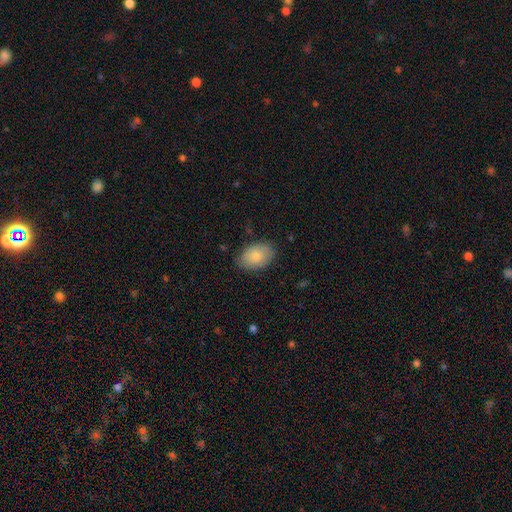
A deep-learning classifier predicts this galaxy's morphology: smooth 82%, featured or disk 12%, star or artifact 6%. Down the decision tree: how rounded — in between (89%); merging — none (79%).